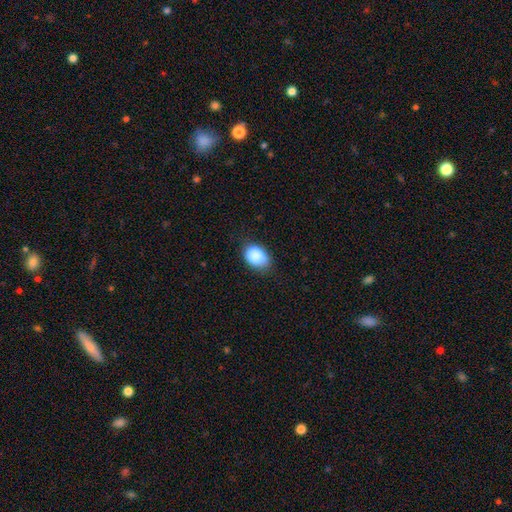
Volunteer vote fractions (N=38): Q: Smooth or featured?
A: smooth (95%); runner-up: featured or disk (3%)
Q: How rounded?
A: in between (86%); runner-up: round (14%)
Q: Merging?
A: none (84%); runner-up: minor disturbance (16%)